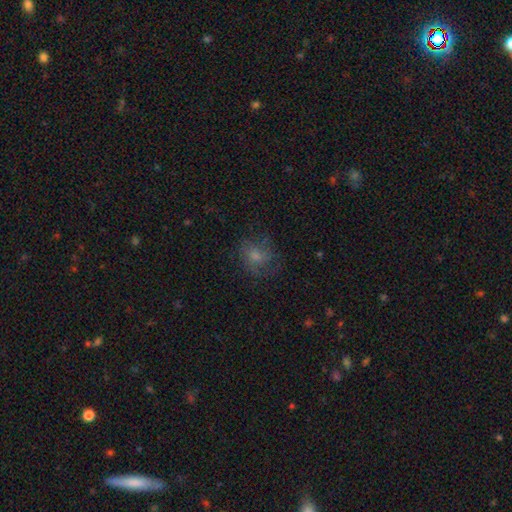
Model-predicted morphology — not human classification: A smooth galaxy with no disk features (50%) that is round (69%). Merging: none (68%).